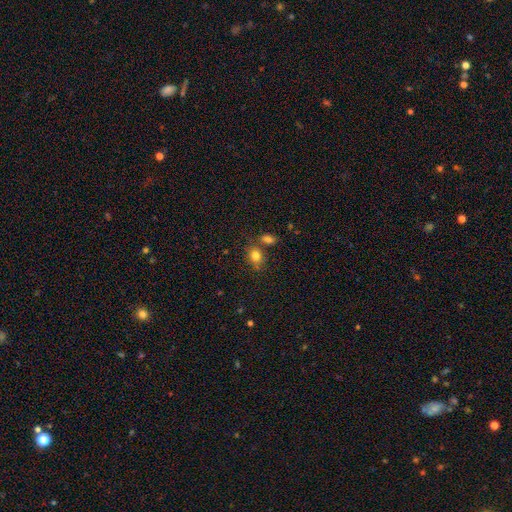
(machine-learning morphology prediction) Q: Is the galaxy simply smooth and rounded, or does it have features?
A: smooth — 81%.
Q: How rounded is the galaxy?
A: in between — 53%.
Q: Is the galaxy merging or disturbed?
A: none — 63%.